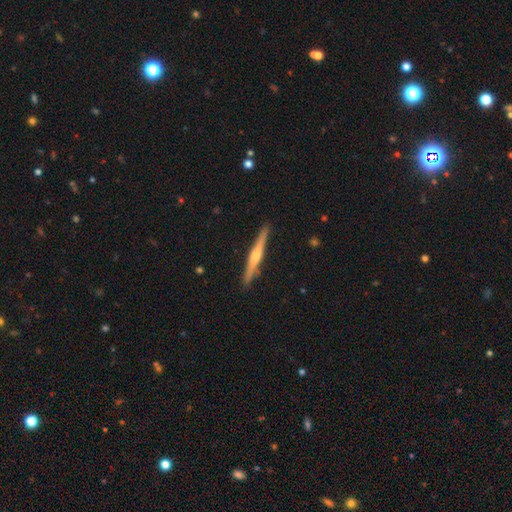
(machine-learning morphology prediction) This appears to be a featured or disk galaxy (65%) viewed edge-on (98%) with a rounded central bulge (72%). Merging: none (90%).